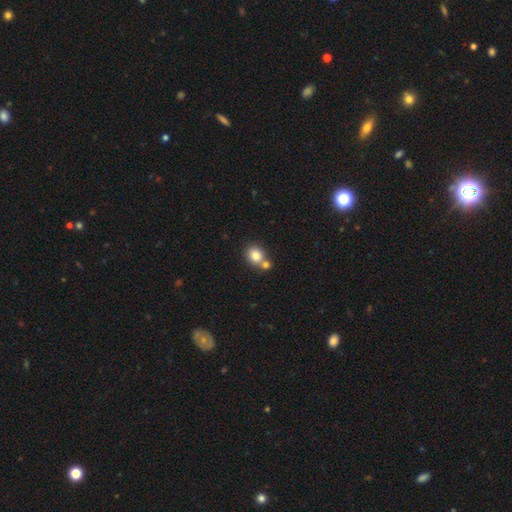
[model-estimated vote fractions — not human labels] smooth-or-featured: smooth: 81% | star or artifact: 10% | featured or disk: 9%
  how-rounded: round: 75% | in between: 24% | cigar-shaped: 1%
  merging: none: 51% | merger: 38% | minor disturbance: 9% | major disturbance: 3%